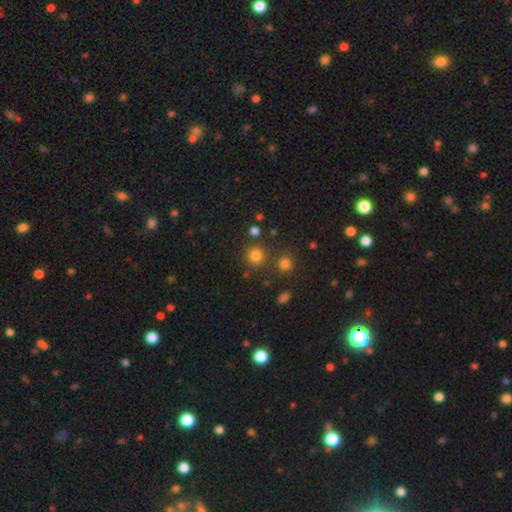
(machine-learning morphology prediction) A smooth galaxy with no disk features (79%) that is round (91%). Merging: none (79%).